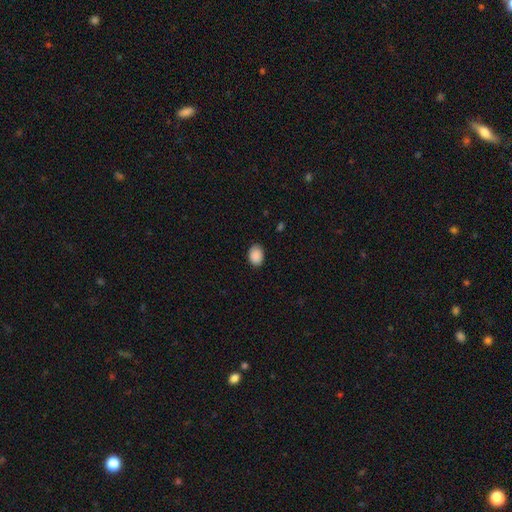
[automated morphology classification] Smooth or featured: smooth — 90% (star or artifact — 7%)
How rounded: in between — 75% (round — 24%)
Merging: none — 86% (minor disturbance — 11%)